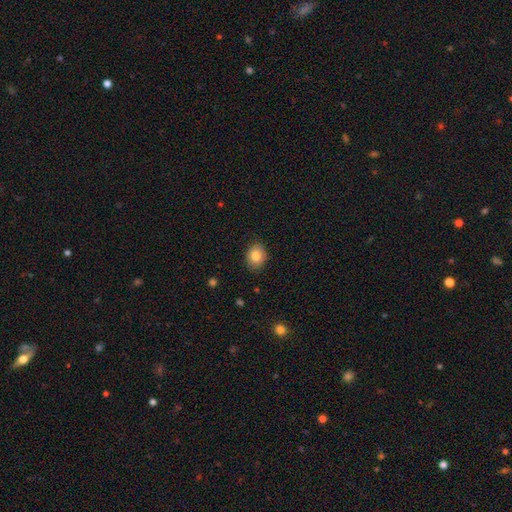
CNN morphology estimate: smooth_or_featured: smooth (p=0.84) [alt: star or artifact p=0.09]
how_rounded: in between (p=0.53) [alt: round p=0.46]
merging: none (p=0.86) [alt: minor disturbance p=0.10]